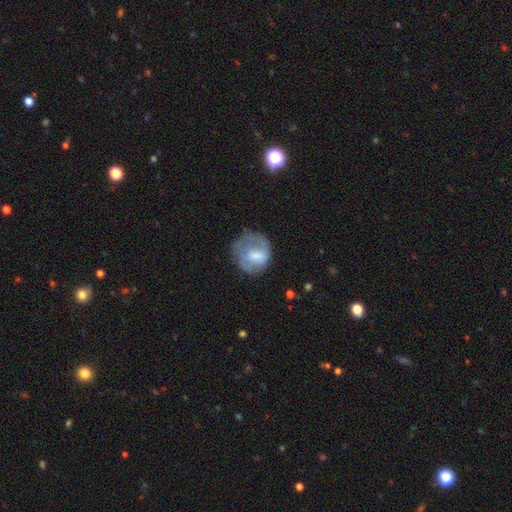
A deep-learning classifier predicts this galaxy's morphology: A smooth galaxy with no disk features (51%) that is round (74%).

Vote fractions:
- Smooth or featured? smooth: 51% / featured or disk: 42% / star or artifact: 7%
- How rounded? round: 74% / in between: 25% / cigar-shaped: 1%
- Merging? none: 46% / minor disturbance: 26% / major disturbance: 25% / merger: 2%